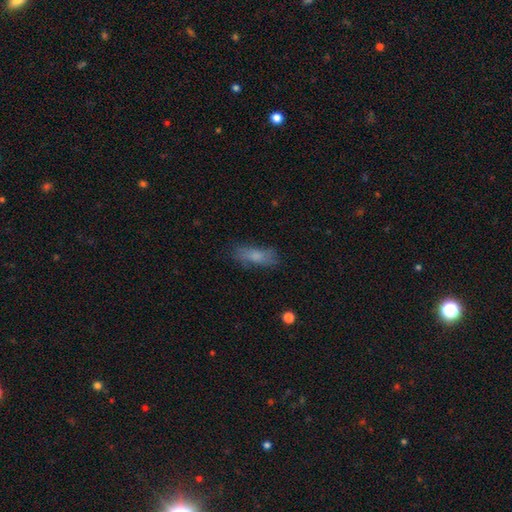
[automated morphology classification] type=smooth (68%); roundness=in between (62%); merging=none (67%).